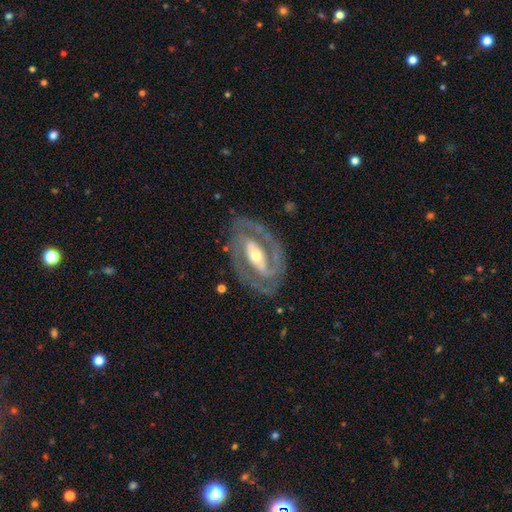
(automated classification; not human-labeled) smooth_or_featured: featured or disk (p=0.87) [alt: smooth p=0.09]
disk_edge_on: no (p=0.94) [alt: yes p=0.06]
bar: strong (p=0.55) [alt: weak p=0.25]
has_spiral_arms: yes (p=0.83) [alt: no p=0.17]
spiral_winding: tight (p=0.50) [alt: medium p=0.40]
spiral_arm_count: 2 (p=0.86) [alt: can't tell p=0.07]
bulge_size: moderate (p=0.57) [alt: small p=0.34]
merging: none (p=0.81) [alt: minor disturbance p=0.12]